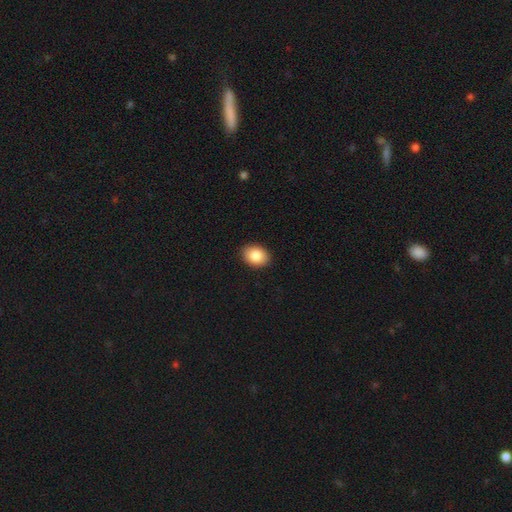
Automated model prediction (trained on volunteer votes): Smooth or featured? Predicted: smooth (p=0.85). How rounded? Predicted: in between (p=0.66). Merging? Predicted: none (p=0.91).